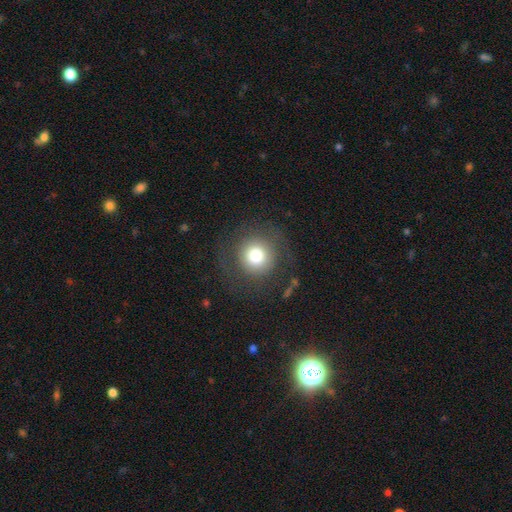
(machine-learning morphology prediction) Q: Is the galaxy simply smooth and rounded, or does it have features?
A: smooth — 73%.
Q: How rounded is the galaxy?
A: round — 94%.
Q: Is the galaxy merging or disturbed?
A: none — 78%.